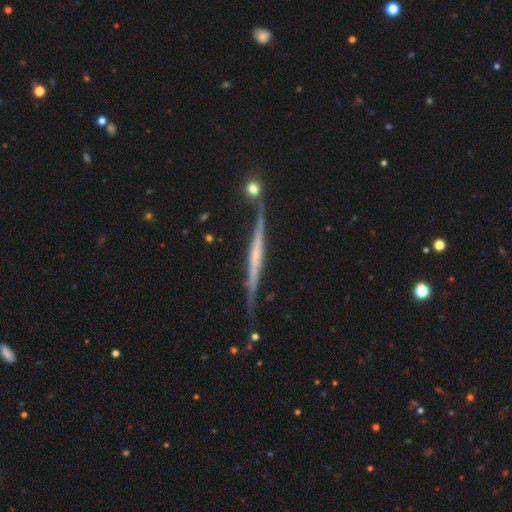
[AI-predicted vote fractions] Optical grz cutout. It shows a featured or disk galaxy (73%) viewed edge-on (96%) with no central bulge (62%). Merging: none (68%).